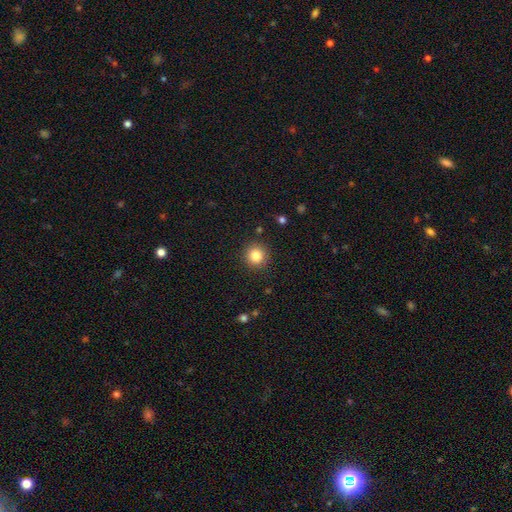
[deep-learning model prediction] Overall: smooth (83%). How rounded: round (94%). Merging: none (91%).